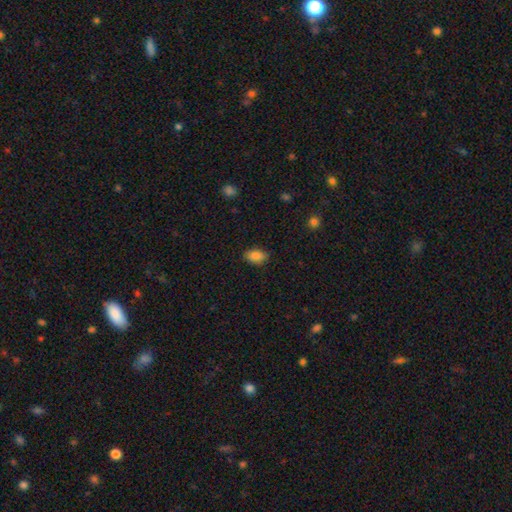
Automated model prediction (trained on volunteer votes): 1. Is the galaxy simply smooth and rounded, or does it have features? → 85% smooth, 8% star or artifact, 6% featured or disk.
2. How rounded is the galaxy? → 89% in between, 9% round, 2% cigar-shaped.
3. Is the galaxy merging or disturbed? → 86% none, 11% minor disturbance, 2% major disturbance, 1% merger.